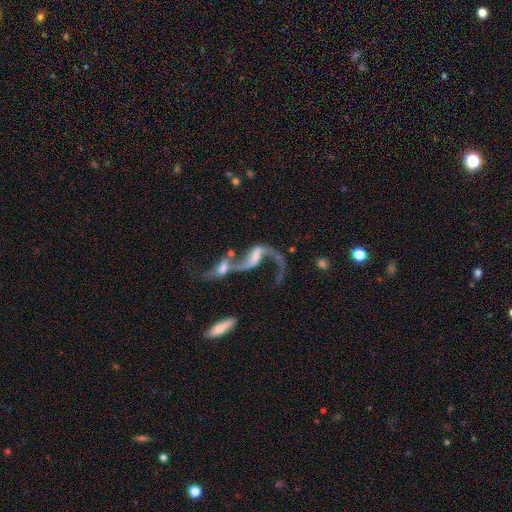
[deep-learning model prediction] Morphology: type=featured or disk (84%); edge-on=no (95%); bar=weak (41%); spiral arms=yes (89%); winding=loose (91%); arm count=2 (82%); bulge=small (48%); merging=merger (57%).